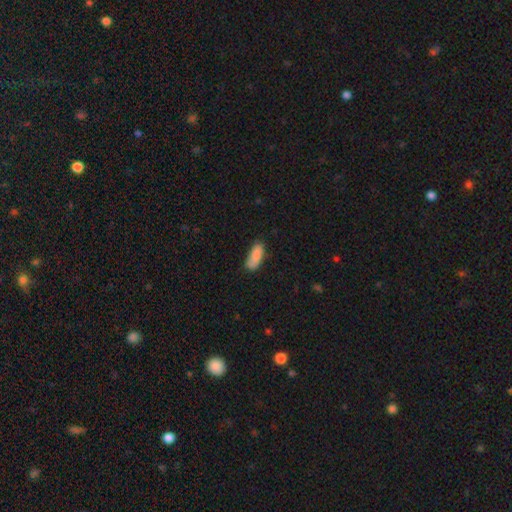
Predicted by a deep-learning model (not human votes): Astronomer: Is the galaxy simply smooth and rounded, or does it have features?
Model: smooth — 86%.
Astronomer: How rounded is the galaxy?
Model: in between — 75%.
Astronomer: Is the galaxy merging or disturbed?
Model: none — 59%.